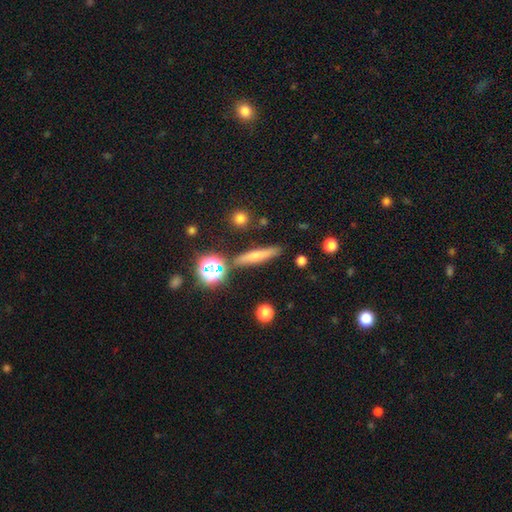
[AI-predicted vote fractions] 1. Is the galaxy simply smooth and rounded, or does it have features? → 60% smooth, 27% featured or disk, 13% star or artifact.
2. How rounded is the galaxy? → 82% cigar-shaped, 13% in between, 5% round.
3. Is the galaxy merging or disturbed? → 83% none, 9% minor disturbance, 5% merger, 3% major disturbance.